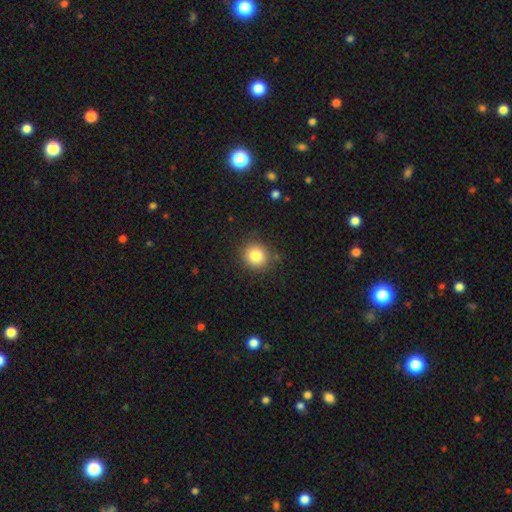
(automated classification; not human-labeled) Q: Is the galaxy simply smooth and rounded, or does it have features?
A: smooth — 83%.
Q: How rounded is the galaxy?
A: round — 88%.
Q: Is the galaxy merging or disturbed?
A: none — 87%.